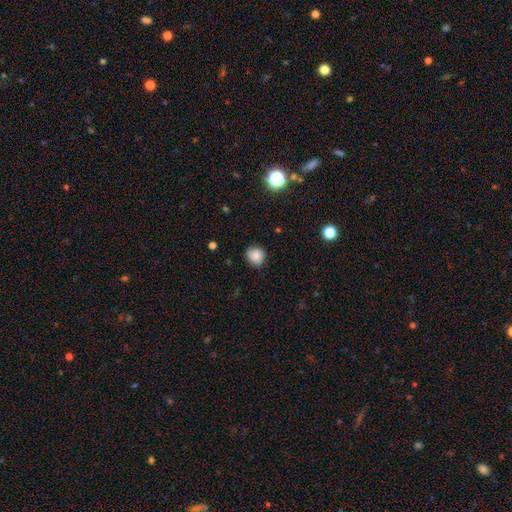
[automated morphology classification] A smooth galaxy with no disk features (84%) that is round (84%).

Vote fractions:
- Smooth or featured? smooth: 84% / star or artifact: 10% / featured or disk: 6%
- How rounded? round: 84% / in between: 16% / cigar-shaped: 1%
- Merging? none: 81% / minor disturbance: 15% / major disturbance: 3% / merger: 1%